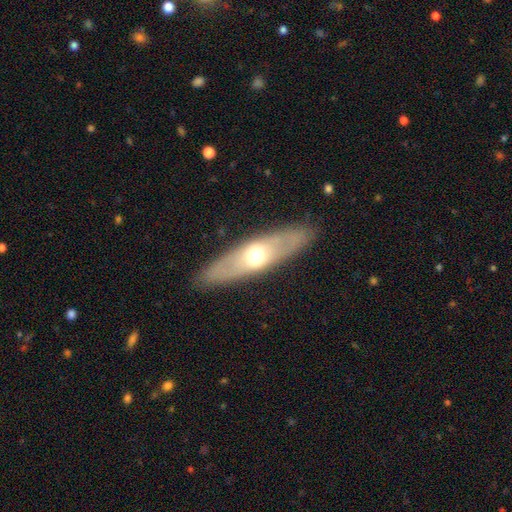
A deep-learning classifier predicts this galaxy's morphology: type=featured or disk (50%); edge-on=no (52%); merging=none (87%).